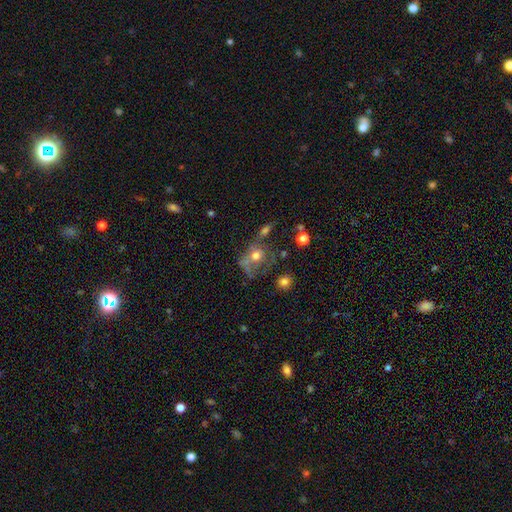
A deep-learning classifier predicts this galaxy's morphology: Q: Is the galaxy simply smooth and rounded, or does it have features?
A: smooth — 49%.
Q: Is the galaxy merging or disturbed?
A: none — 31%.